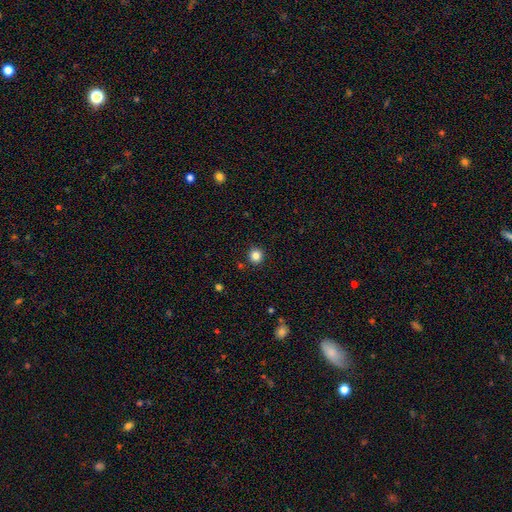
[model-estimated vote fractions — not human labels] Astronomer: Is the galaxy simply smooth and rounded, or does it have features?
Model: smooth — 84%.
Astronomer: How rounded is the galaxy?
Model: round — 92%.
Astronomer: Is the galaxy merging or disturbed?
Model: none — 90%.